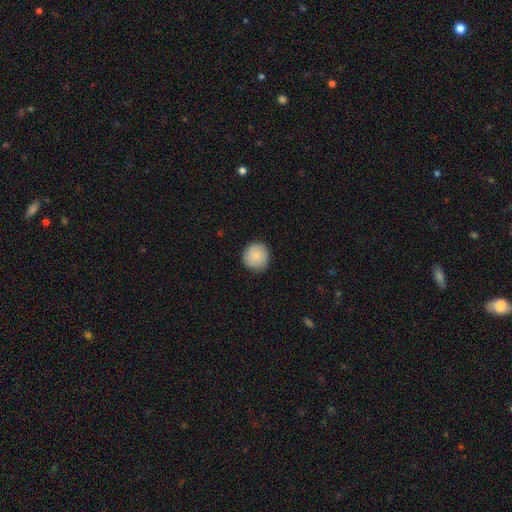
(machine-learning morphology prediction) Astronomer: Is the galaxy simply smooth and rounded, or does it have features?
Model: smooth — 86%.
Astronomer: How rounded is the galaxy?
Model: round — 94%.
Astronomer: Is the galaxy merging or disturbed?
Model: none — 89%.